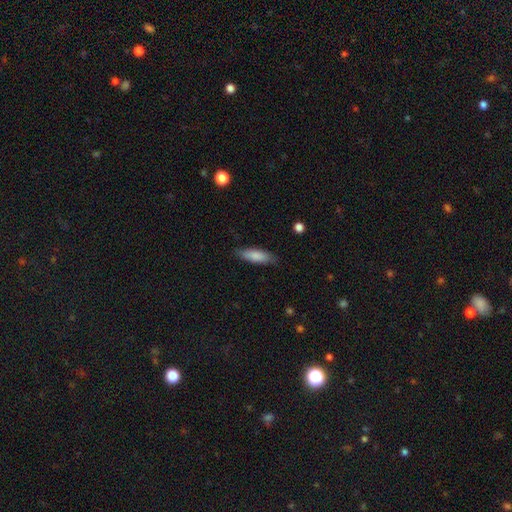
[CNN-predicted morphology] Q: Smooth or featured?
A: smooth (82%); runner-up: featured or disk (12%)
Q: How rounded?
A: cigar-shaped (50%); runner-up: in between (49%)
Q: Merging?
A: none (80%); runner-up: minor disturbance (16%)